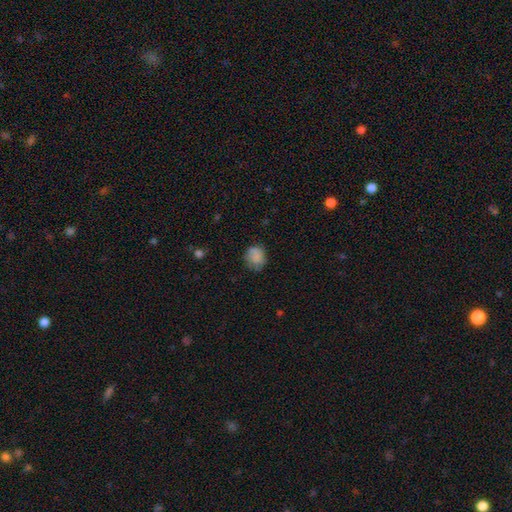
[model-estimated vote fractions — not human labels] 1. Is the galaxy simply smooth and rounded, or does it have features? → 80% smooth, 10% featured or disk, 10% star or artifact.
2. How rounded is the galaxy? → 68% round, 31% in between, 1% cigar-shaped.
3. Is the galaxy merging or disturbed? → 64% none, 26% minor disturbance, 8% major disturbance, 2% merger.